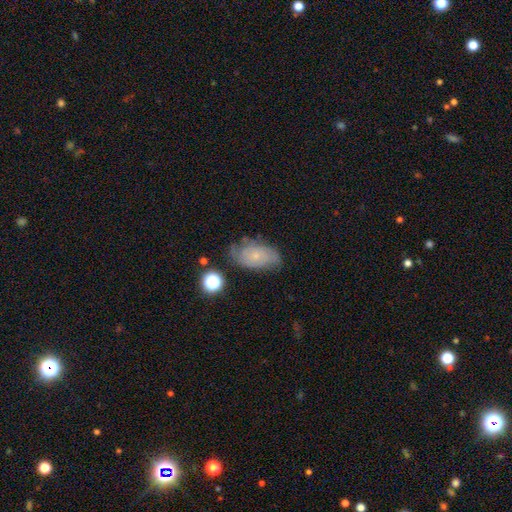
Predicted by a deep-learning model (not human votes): Smooth or featured? featured or disk (51%)
Edge-on disk? no (94%)
Merging? none (63%)